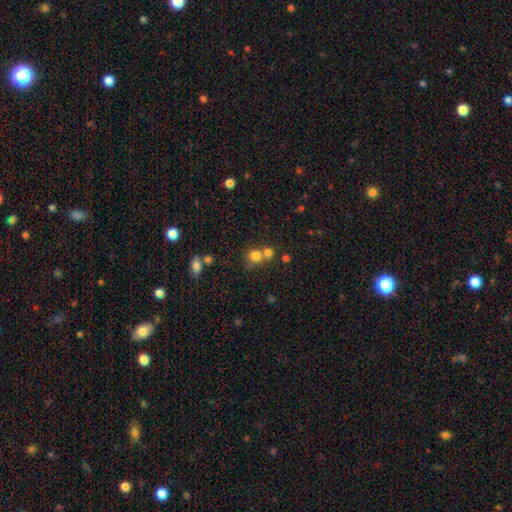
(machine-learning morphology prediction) Smooth or featured: smooth — 75% (star or artifact — 15%)
How rounded: round — 85% (in between — 14%)
Merging: none — 46% (merger — 43%)